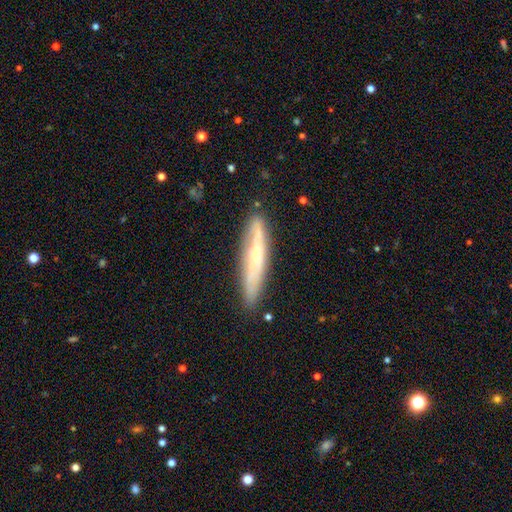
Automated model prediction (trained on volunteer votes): Overall: featured or disk (54%; smooth 39%). Edge-on disk: yes (76%). Merging: none (82%).